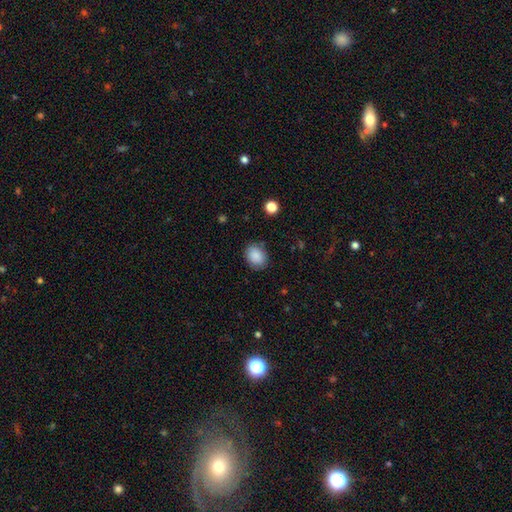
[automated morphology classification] smooth-or-featured: smooth: 88% | star or artifact: 8% | featured or disk: 4%
  how-rounded: in between: 60% | round: 39% | cigar-shaped: 1%
  merging: none: 83% | minor disturbance: 12% | major disturbance: 3% | merger: 1%